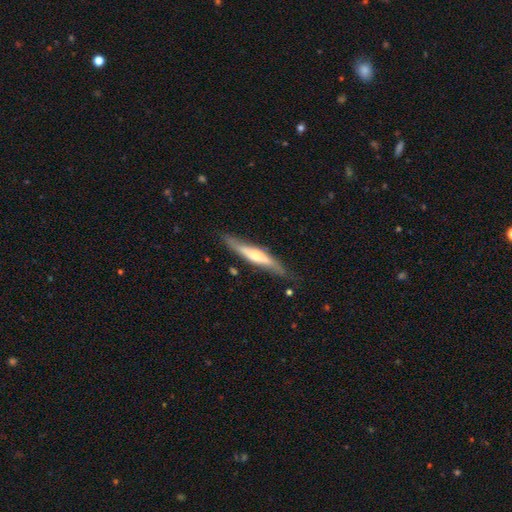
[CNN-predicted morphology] Smooth or featured: featured or disk — 54% (smooth — 40%)
Edge-on disk: yes — 83% (no — 17%)
Merging: none — 76% (minor disturbance — 17%)